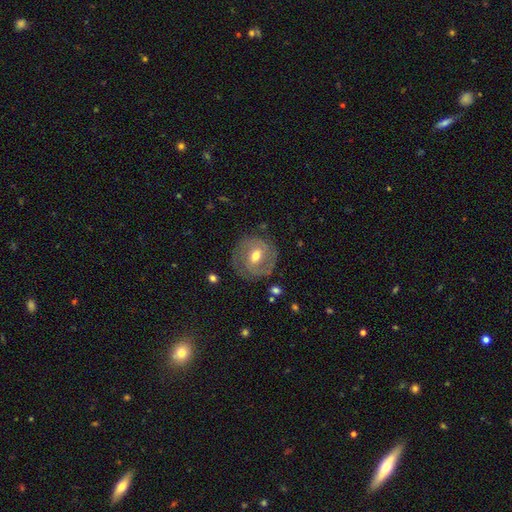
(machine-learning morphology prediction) Smooth or featured: featured or disk — 66% (smooth — 28%)
Edge-on disk: no — 96% (yes — 4%)
Bar: weak — 50% (no — 33%)
Spiral arms: yes — 74% (no — 26%)
Bulge size: moderate — 75% (small — 17%)
Merging: none — 78% (minor disturbance — 14%)